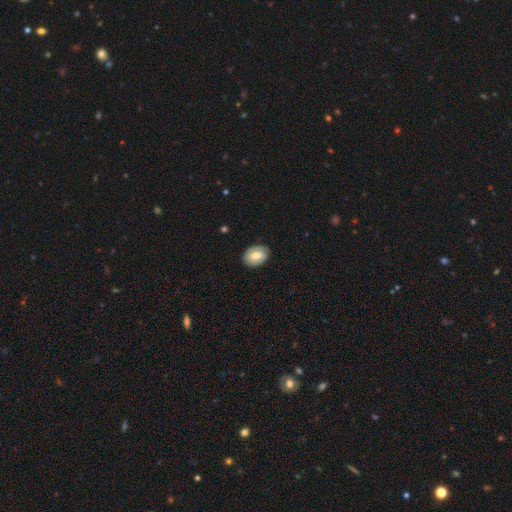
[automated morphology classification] Overall: smooth (60%; featured or disk 33%). How rounded: in between (73%). Merging: none (86%).